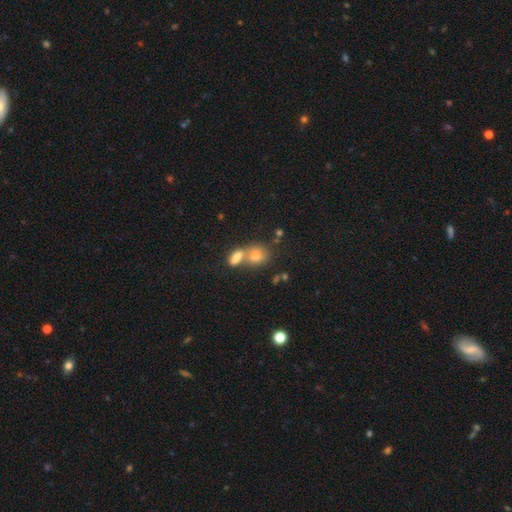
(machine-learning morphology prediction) This appears to be a smooth galaxy with no disk features (77%) that is round (56%). Merging: merger (49%).